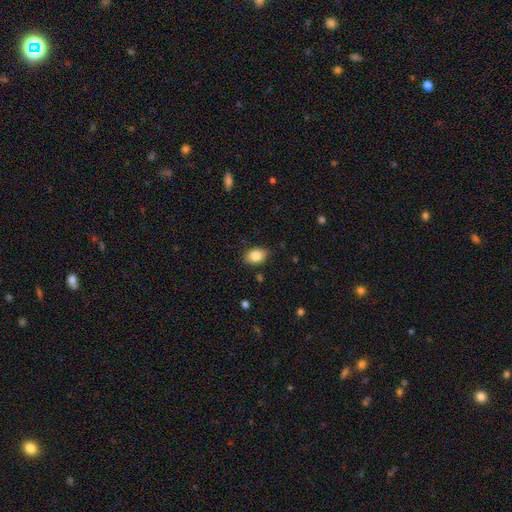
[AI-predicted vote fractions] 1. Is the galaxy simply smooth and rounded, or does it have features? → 84% smooth, 8% featured or disk, 8% star or artifact.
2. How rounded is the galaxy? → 82% in between, 17% round, 1% cigar-shaped.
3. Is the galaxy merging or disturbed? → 83% none, 13% minor disturbance, 2% major disturbance, 1% merger.